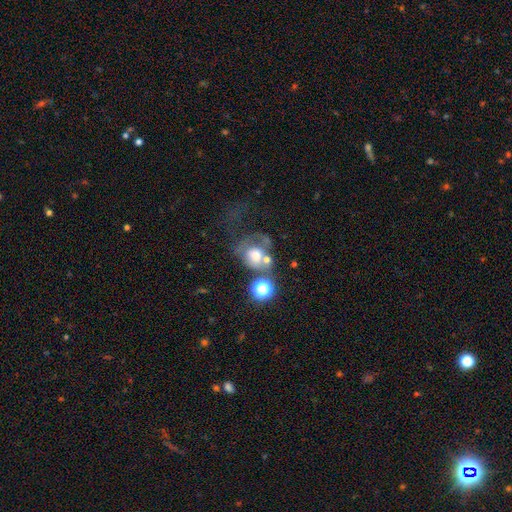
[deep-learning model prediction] Overall: smooth (53%; featured or disk 30%). How rounded: round (66%; in between 33%). Merging: merger (33%; major disturbance 30%).